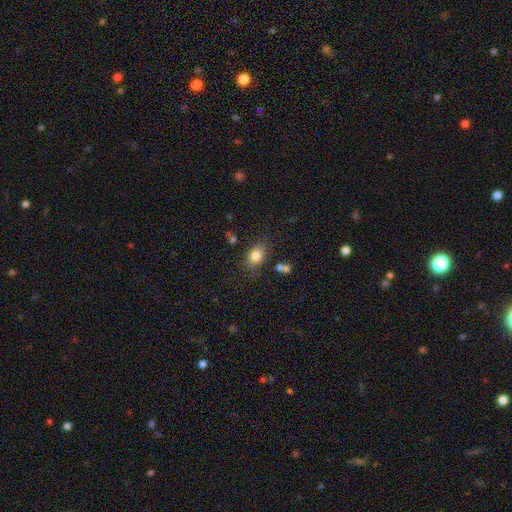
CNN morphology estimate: smooth 80%, star or artifact 10%, featured or disk 10%. Down the decision tree: how rounded — in between (76%); merging — none (75%).